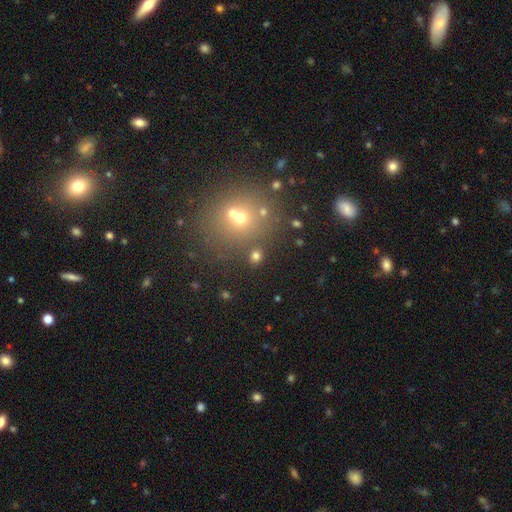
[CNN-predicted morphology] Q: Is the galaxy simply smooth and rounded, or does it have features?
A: smooth — 70%.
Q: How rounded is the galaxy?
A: round — 71%.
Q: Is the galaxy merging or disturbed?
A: none — 72%.